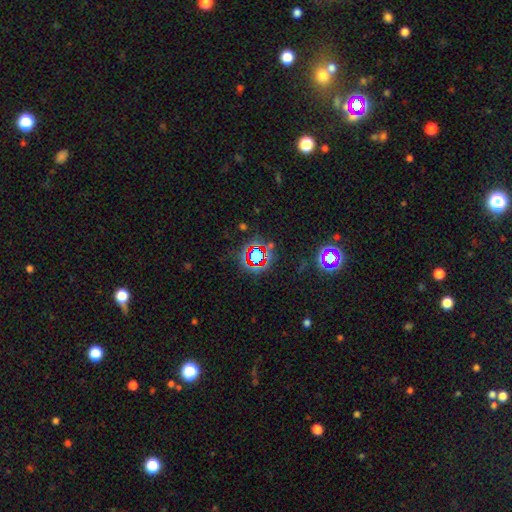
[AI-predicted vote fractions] smooth_or_featured: star or artifact (p=0.69) [alt: smooth p=0.18]